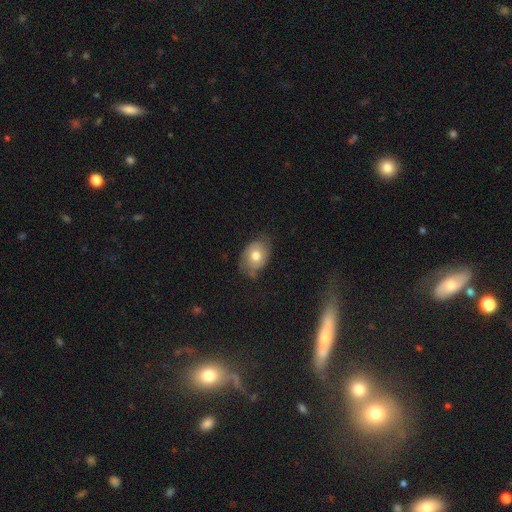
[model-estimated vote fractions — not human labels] Morphology: type=smooth (61%); roundness=in between (70%); merging=none (60%).